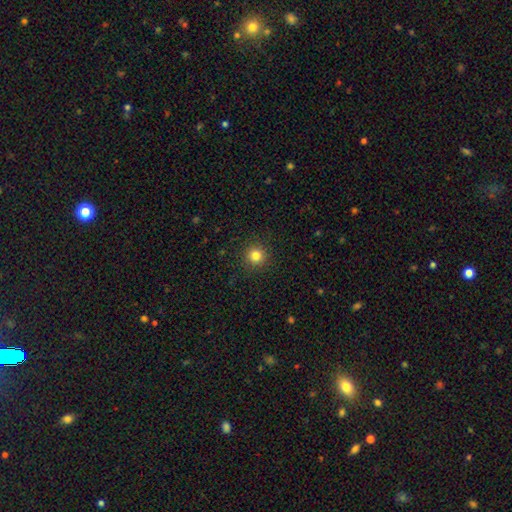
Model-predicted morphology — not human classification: type=smooth (82%); roundness=round (95%); merging=none (92%).